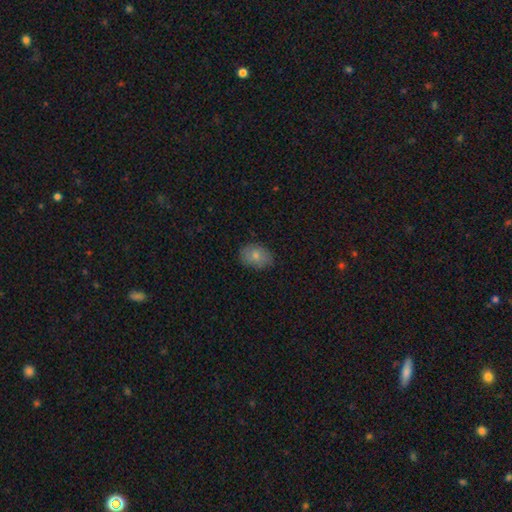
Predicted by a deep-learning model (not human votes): Smooth or featured? Predicted: smooth (p=0.76). How rounded? Predicted: in between (p=0.73). Merging? Predicted: none (p=0.78).